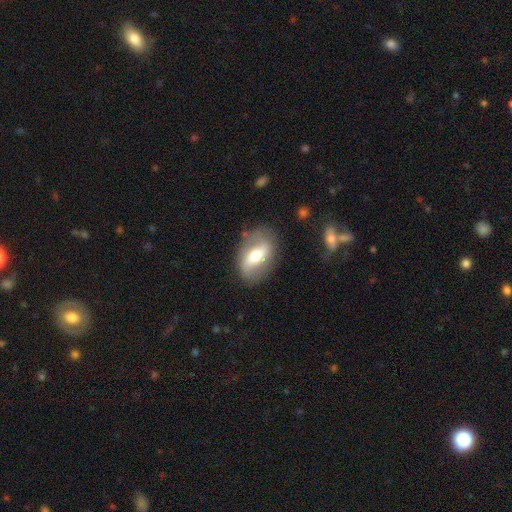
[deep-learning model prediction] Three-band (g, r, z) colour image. It shows a featured or disk galaxy (61%) with a strong bar (44%), spiral arms (61%) and a moderate central bulge (66%). Merging: none (76%).